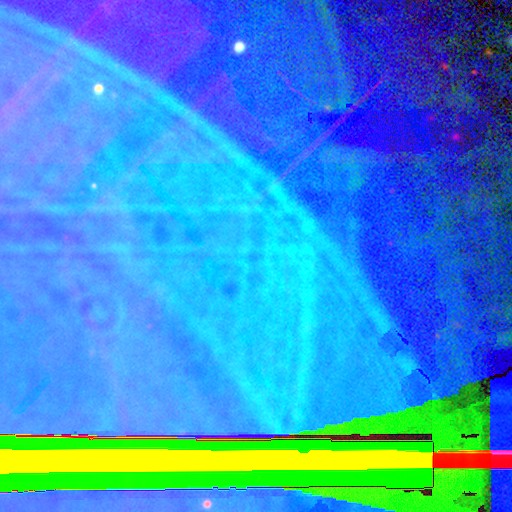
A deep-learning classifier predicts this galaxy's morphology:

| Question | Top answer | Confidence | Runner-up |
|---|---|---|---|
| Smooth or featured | star or artifact | 86% | featured or disk (8%) |